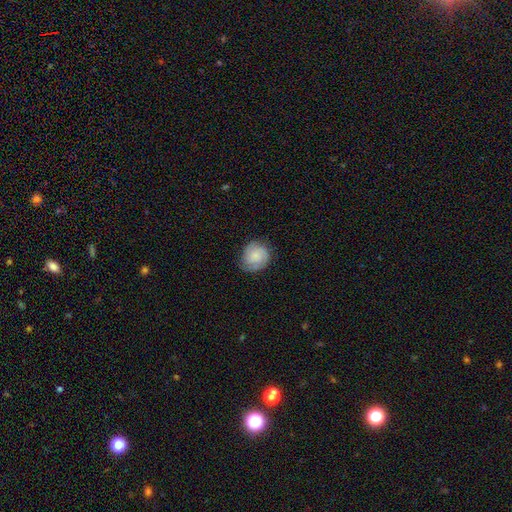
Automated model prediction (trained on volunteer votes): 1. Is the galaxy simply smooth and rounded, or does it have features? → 50% featured or disk, 42% smooth, 8% star or artifact.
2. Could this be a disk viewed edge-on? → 98% no, 2% yes.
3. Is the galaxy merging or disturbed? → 74% none, 19% minor disturbance, 6% major disturbance, 1% merger.